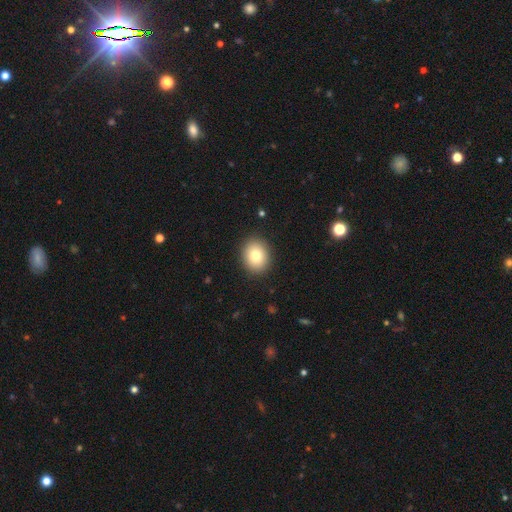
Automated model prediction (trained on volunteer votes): Smooth or featured? Predicted: smooth (p=0.79). How rounded? Predicted: round (p=0.60). Merging? Predicted: none (p=0.90).